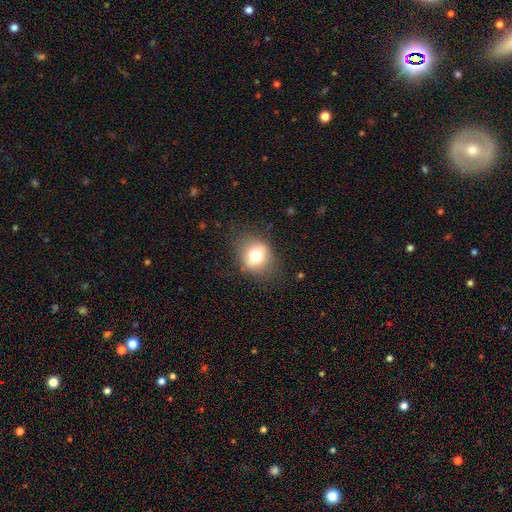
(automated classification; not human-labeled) Q: Smooth or featured?
A: smooth (73%); runner-up: featured or disk (17%)
Q: How rounded?
A: round (65%); runner-up: in between (34%)
Q: Merging?
A: none (76%); runner-up: minor disturbance (16%)